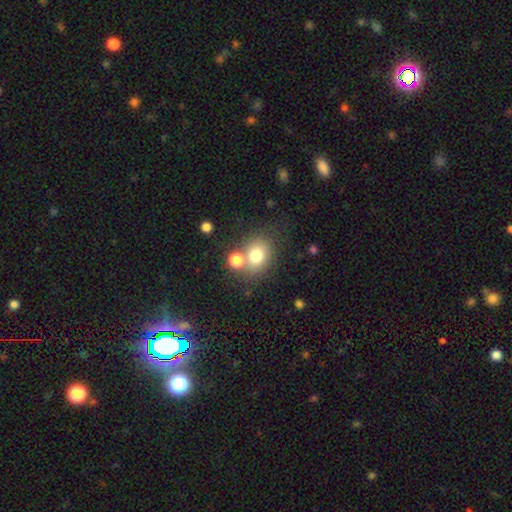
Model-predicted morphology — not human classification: Overall: smooth (75%). How rounded: round (63%; in between 36%). Merging: none (59%; merger 26%).